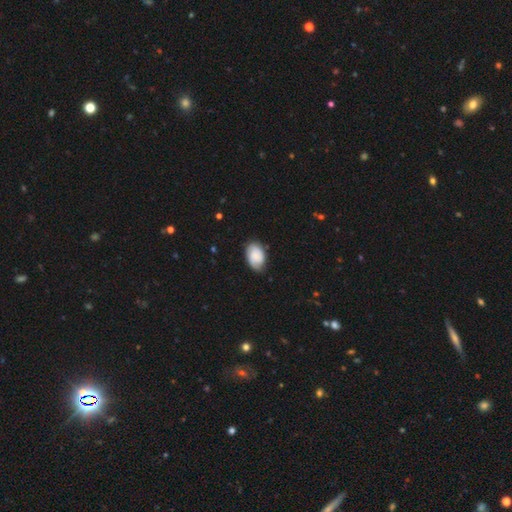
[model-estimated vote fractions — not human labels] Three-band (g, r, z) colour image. It shows a smooth galaxy with no disk features (66%) that is in between round and cigar-shaped (88%). Merging: none (71%).